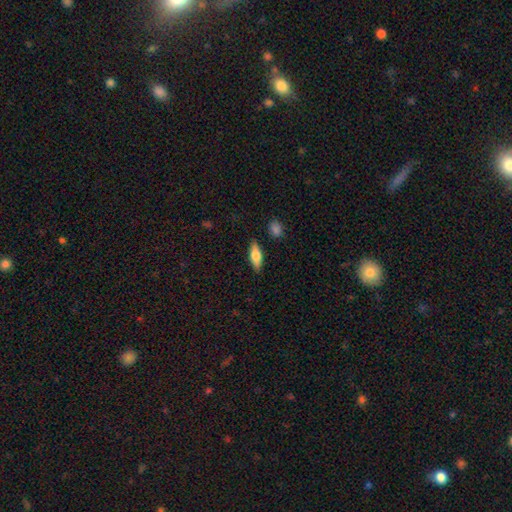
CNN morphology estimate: A smooth galaxy with no disk features (63%) that is in between round and cigar-shaped (62%).

Vote fractions:
- Smooth or featured? smooth: 63% / featured or disk: 30% / star or artifact: 6%
- How rounded? in between: 62% / cigar-shaped: 35% / round: 3%
- Merging? none: 86% / minor disturbance: 10% / major disturbance: 2% / merger: 2%